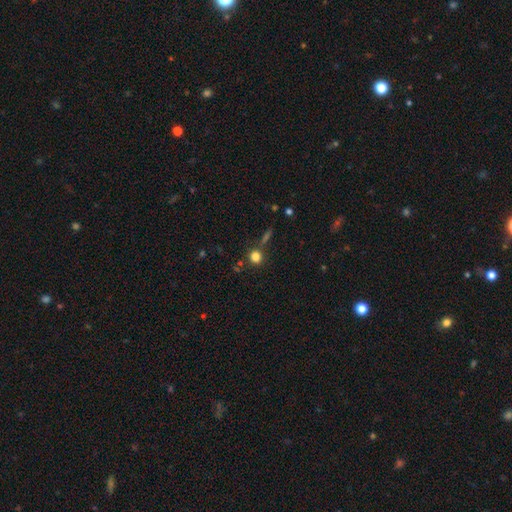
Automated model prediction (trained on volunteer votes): Smooth or featured? Predicted: smooth (p=0.81). How rounded? Predicted: round (p=0.84). Merging? Predicted: none (p=0.75).